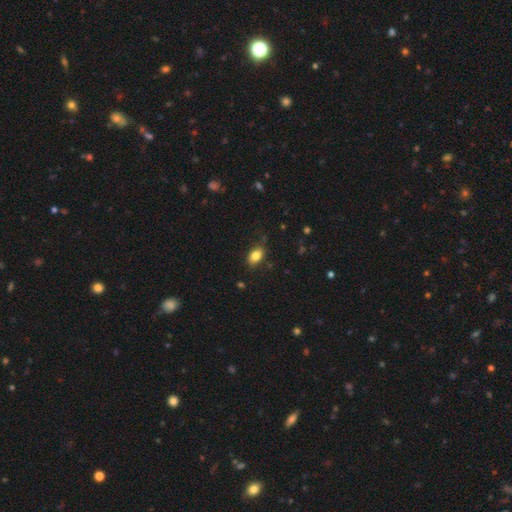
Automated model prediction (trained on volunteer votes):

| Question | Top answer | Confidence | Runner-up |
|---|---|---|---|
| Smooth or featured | smooth | 84% | star or artifact (9%) |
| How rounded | in between | 83% | round (15%) |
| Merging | none | 80% | minor disturbance (15%) |